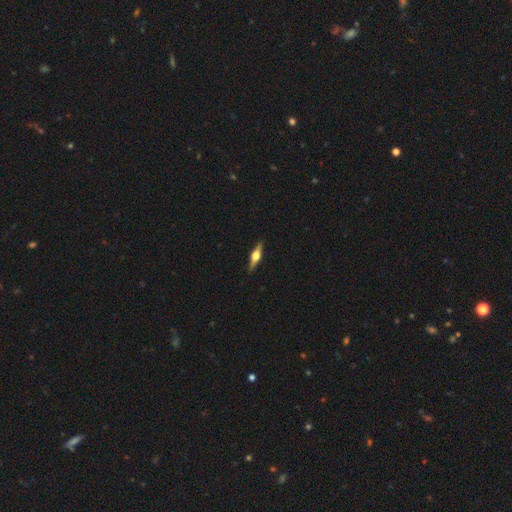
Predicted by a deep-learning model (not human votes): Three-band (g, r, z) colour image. It shows a featured or disk galaxy (75%) viewed edge-on (97%) with a rounded central bulge (95%). Merging: none (90%).